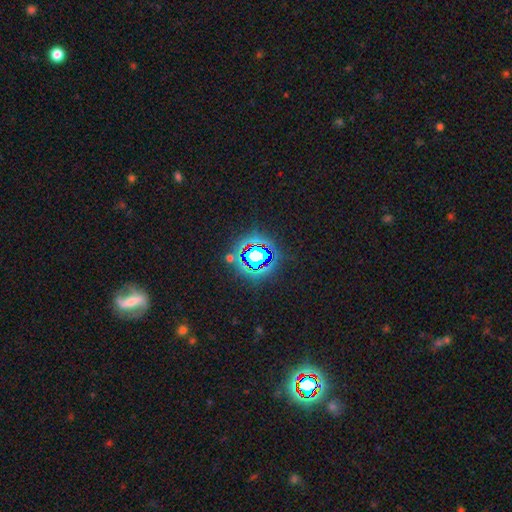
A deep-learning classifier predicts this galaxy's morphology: Smooth or featured? star or artifact (72%)